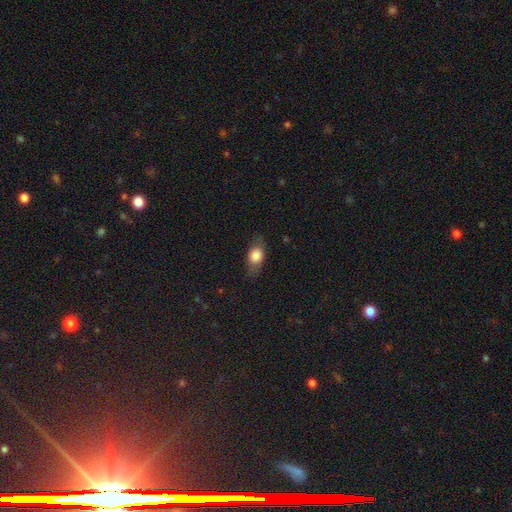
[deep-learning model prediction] Morphology: type=smooth (74%); roundness=in between (73%); merging=none (75%).